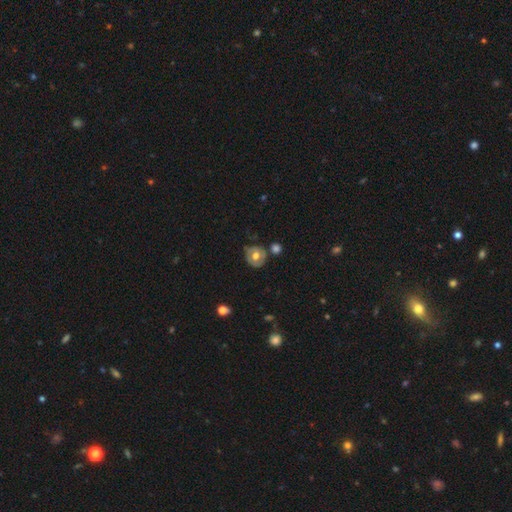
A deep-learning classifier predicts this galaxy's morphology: This appears to be a smooth galaxy with no disk features (52%) that is round (78%). Merging: none (67%).